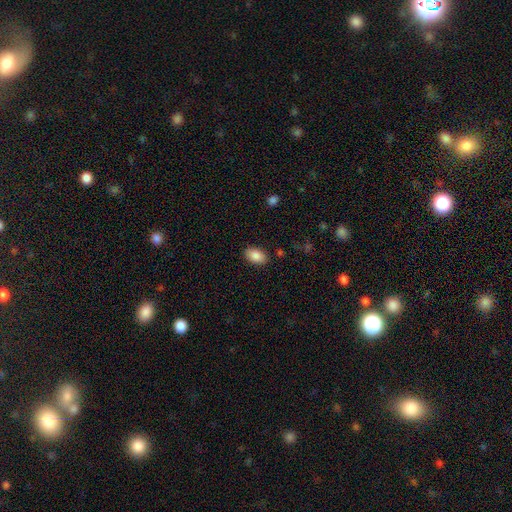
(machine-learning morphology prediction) Q: Smooth or featured?
A: smooth (88%); runner-up: star or artifact (7%)
Q: How rounded?
A: in between (91%); runner-up: round (8%)
Q: Merging?
A: none (87%); runner-up: minor disturbance (9%)